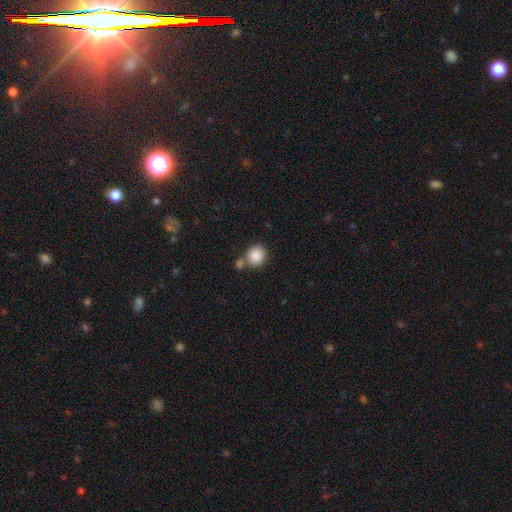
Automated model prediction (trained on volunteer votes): Smooth or featured: smooth — 87% (star or artifact — 9%)
How rounded: round — 86% (in between — 13%)
Merging: none — 55% (merger — 30%)